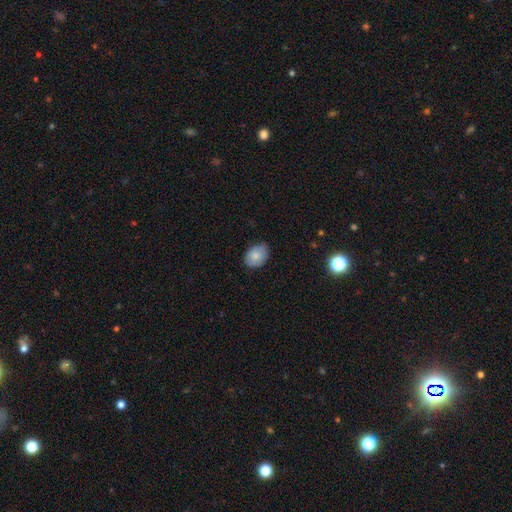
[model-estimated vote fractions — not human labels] This is clearly a smooth galaxy (81%). How rounded: likely in between (75%). Merging: likely none (77%).